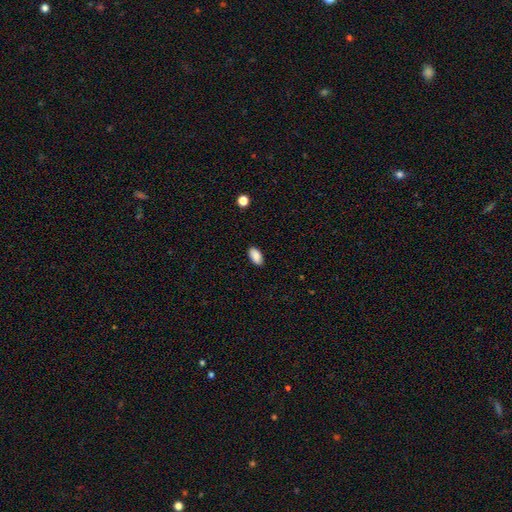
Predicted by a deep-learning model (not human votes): Morphology: type=smooth (88%); roundness=in between (94%); merging=none (88%).